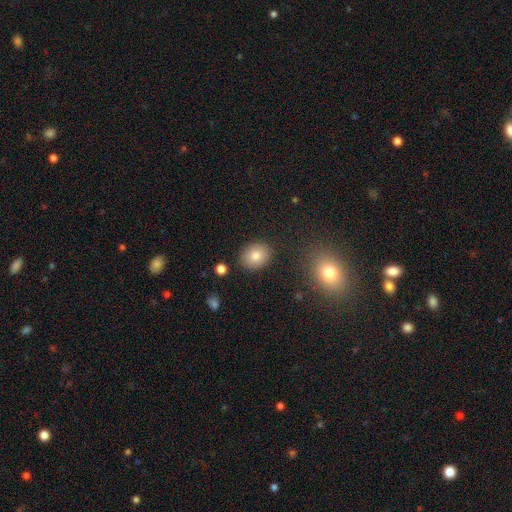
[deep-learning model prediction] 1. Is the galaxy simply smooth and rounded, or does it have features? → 82% smooth, 9% star or artifact, 9% featured or disk.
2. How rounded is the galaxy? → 55% round, 44% in between, 1% cigar-shaped.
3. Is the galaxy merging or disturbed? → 87% none, 8% minor disturbance, 2% major disturbance, 2% merger.